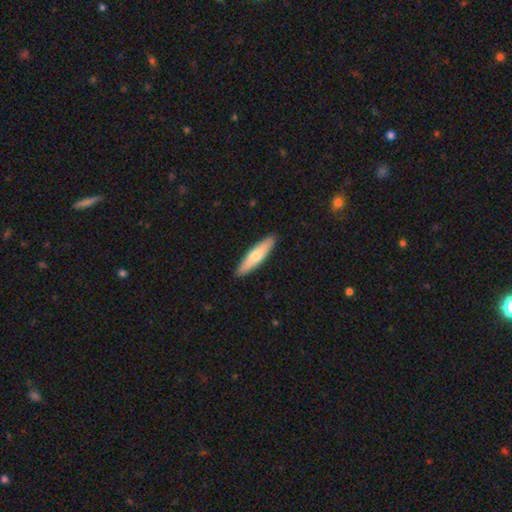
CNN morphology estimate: Q: Smooth or featured?
A: smooth (65%); runner-up: featured or disk (30%)
Q: How rounded?
A: cigar-shaped (77%); runner-up: in between (22%)
Q: Merging?
A: none (91%); runner-up: minor disturbance (7%)